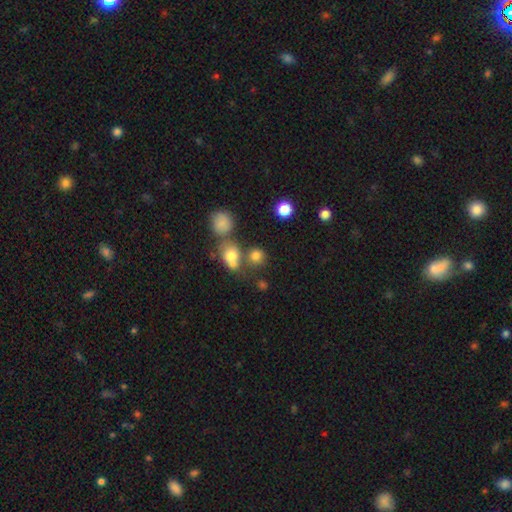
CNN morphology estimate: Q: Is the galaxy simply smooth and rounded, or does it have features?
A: smooth — 77%.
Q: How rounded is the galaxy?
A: round — 80%.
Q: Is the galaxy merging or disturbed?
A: none — 59%.